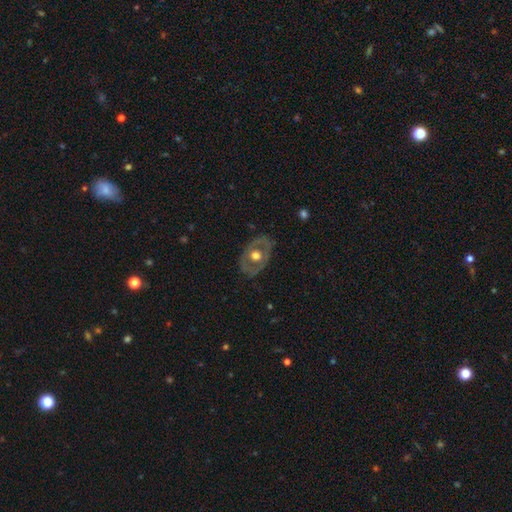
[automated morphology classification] A featured or disk galaxy (61%) with no bar (88%), no spiral arms (86%) and a moderate central bulge (65%).

Vote fractions:
- Smooth or featured? featured or disk: 61% / smooth: 34% / star or artifact: 6%
- Edge-on disk? no: 92% / yes: 8%
- Bar? no: 88% / weak: 9% / strong: 3%
- Spiral arms? no: 86% / yes: 14%
- Bulge size? moderate: 65% / large: 28% / small: 4% / dominant: 1% / none: 1%
- Merging? none: 77% / minor disturbance: 16% / major disturbance: 6% / merger: 1%